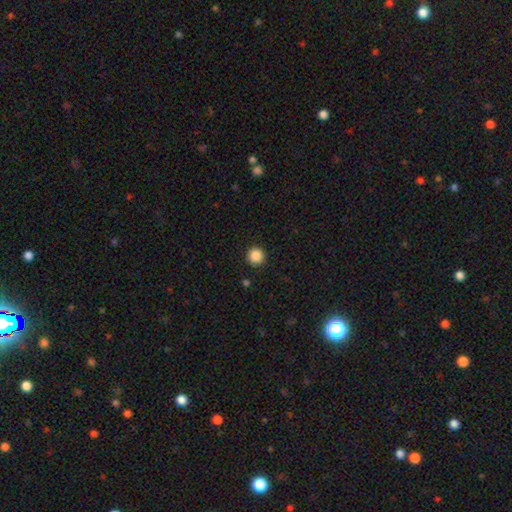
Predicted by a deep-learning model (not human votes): Smooth or featured? smooth (87%)
How rounded? round (96%)
Merging? none (92%)